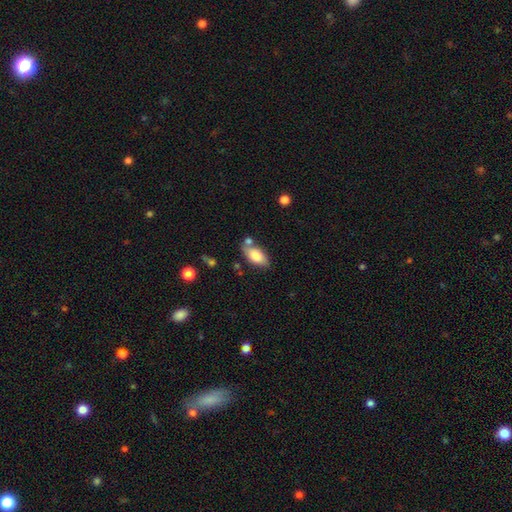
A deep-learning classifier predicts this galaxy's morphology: type=smooth (80%); roundness=in between (91%); merging=none (65%).